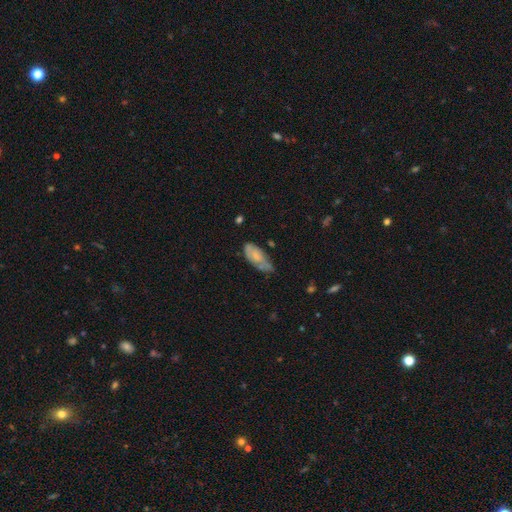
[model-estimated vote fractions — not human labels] A smooth galaxy with no disk features (53%) that is in between round and cigar-shaped (82%).

Vote fractions:
- Smooth or featured? smooth: 53% / featured or disk: 40% / star or artifact: 8%
- How rounded? in between: 82% / cigar-shaped: 15% / round: 2%
- Merging? none: 48% / minor disturbance: 37% / major disturbance: 12% / merger: 3%